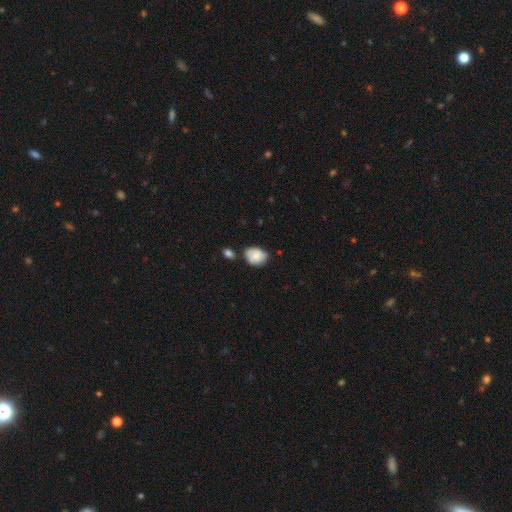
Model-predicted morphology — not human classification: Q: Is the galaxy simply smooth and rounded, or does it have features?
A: smooth — 72%.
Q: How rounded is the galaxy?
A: in between — 63%.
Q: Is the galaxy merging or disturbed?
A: none — 55%.